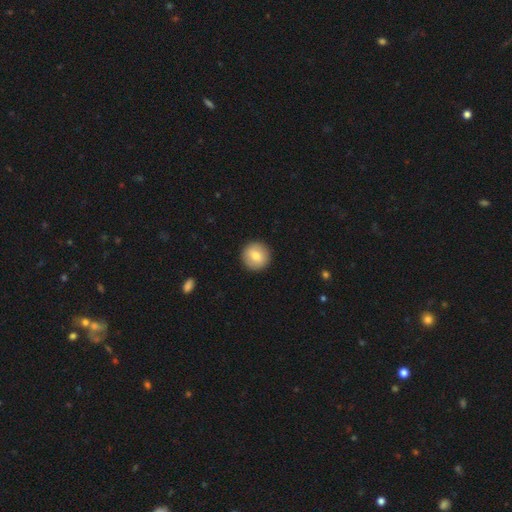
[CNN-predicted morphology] smooth-or-featured: smooth: 77% | featured or disk: 16% | star or artifact: 7%
  how-rounded: round: 96% | in between: 3% | cigar-shaped: 1%
  merging: none: 93% | minor disturbance: 5% | major disturbance: 2% | merger: 1%